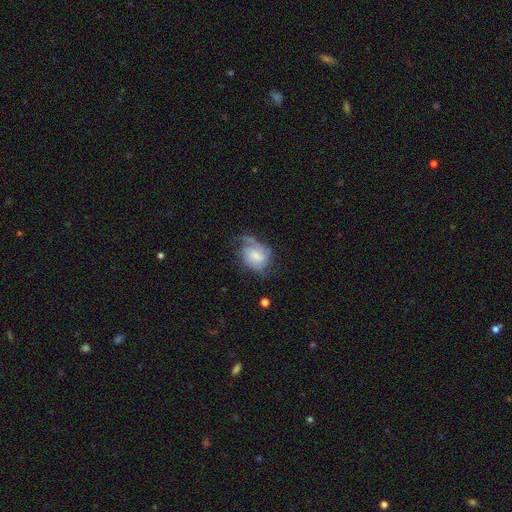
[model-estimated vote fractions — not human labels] Smooth or featured: featured or disk — 59% (smooth — 34%)
Edge-on disk: no — 97% (yes — 3%)
Bar: no — 46% (weak — 44%)
Spiral arms: yes — 86% (no — 14%)
Bulge size: small — 35% (moderate — 31%)
Merging: none — 39% (major disturbance — 29%)